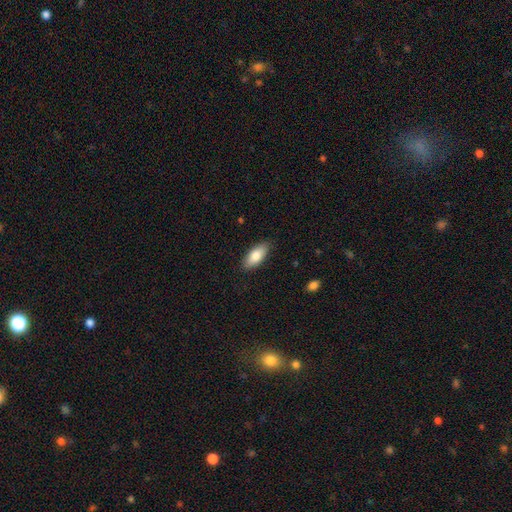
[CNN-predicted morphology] This is clearly a smooth galaxy (82%). How rounded: clearly in between (84%). Merging: clearly none (87%).